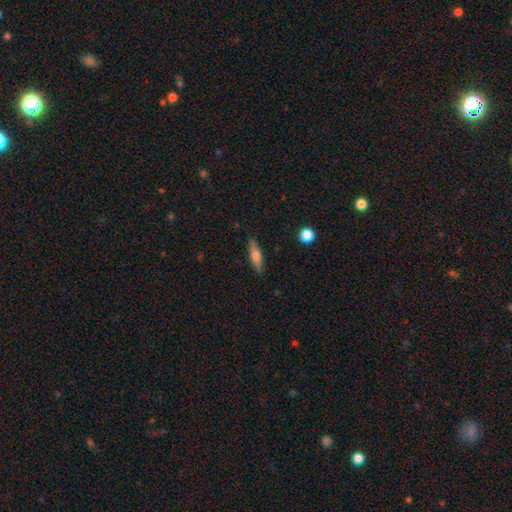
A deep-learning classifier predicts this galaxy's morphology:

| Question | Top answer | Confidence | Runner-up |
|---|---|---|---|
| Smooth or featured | smooth | 60% | featured or disk (33%) |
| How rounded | cigar-shaped | 65% | in between (33%) |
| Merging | none | 87% | minor disturbance (10%) |